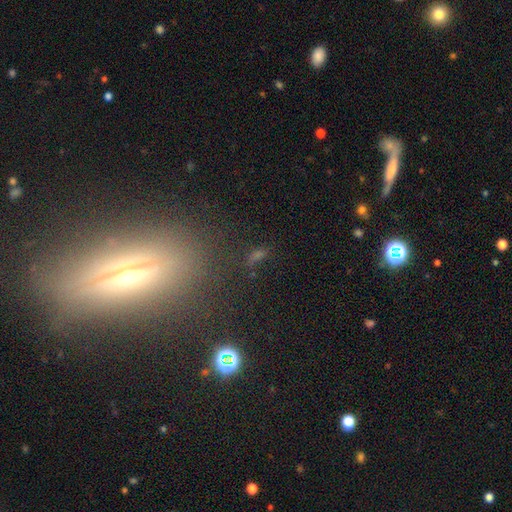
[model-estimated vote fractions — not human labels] The model was most divided on "smooth or featured": star or artifact: 42%, smooth: 40%, featured or disk: 17%.